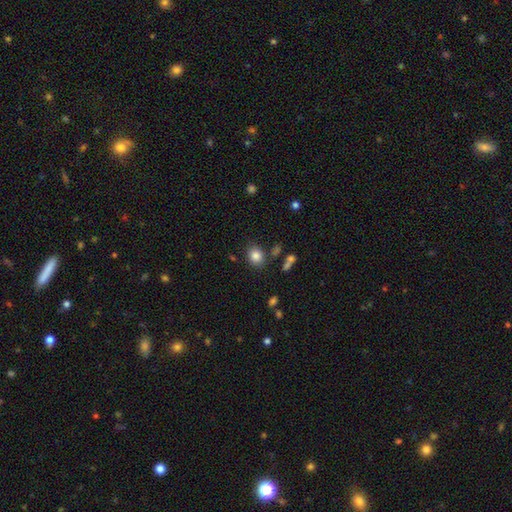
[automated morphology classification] Smooth or featured: smooth — 84% (star or artifact — 10%)
How rounded: round — 56% (in between — 43%)
Merging: none — 80% (minor disturbance — 11%)